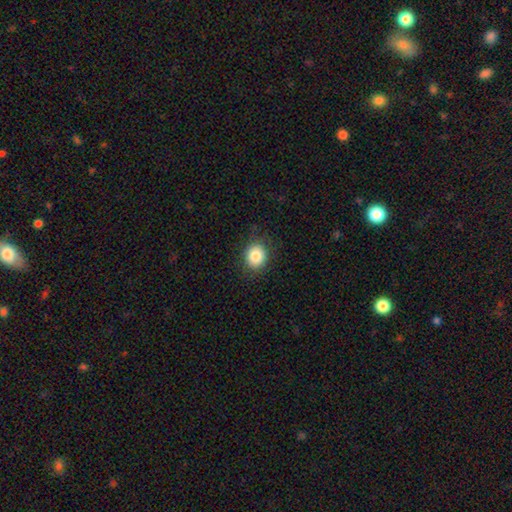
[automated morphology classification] A smooth galaxy with no disk features (84%) that is round (77%). Merging: none (86%).